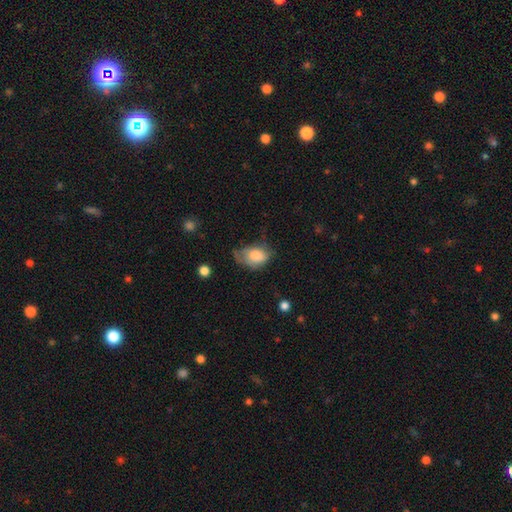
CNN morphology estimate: A smooth galaxy with no disk features (77%) that is in between round and cigar-shaped (81%).

Vote fractions:
- Smooth or featured? smooth: 77% / featured or disk: 16% / star or artifact: 8%
- How rounded? in between: 81% / round: 18% / cigar-shaped: 1%
- Merging? minor disturbance: 41% / none: 32% / major disturbance: 25% / merger: 3%